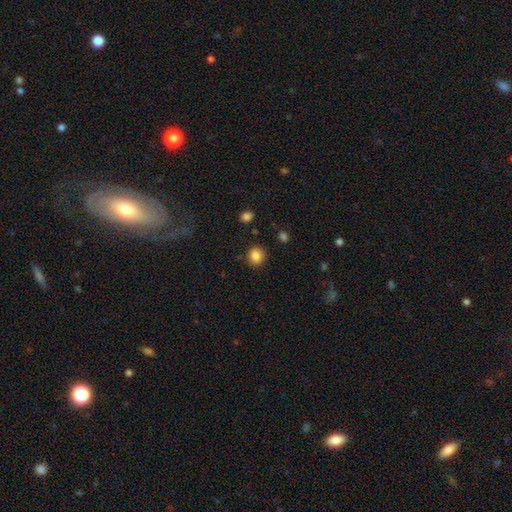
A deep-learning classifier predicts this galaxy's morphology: Smooth or featured?
  - smooth: 86% *
  - star or artifact: 10%
  - featured or disk: 4%
How rounded?
  - round: 79% *
  - in between: 20%
  - cigar-shaped: 1%
Merging?
  - none: 86% *
  - minor disturbance: 9%
  - major disturbance: 3%
  - merger: 2%